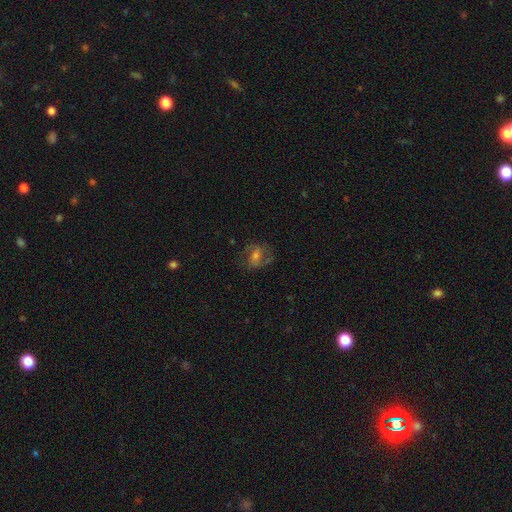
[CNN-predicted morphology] This is likely a featured or disk galaxy (66%). It is clearly not viewed edge-on (96%). Bar: possibly weak (46%). Spiral arm pattern: clearly yes (87%). Spiral arm count: clearly 2 (82%). Spiral winding: possibly medium (54%). Central bulge: possibly moderate (47%). Merging: likely none (72%).